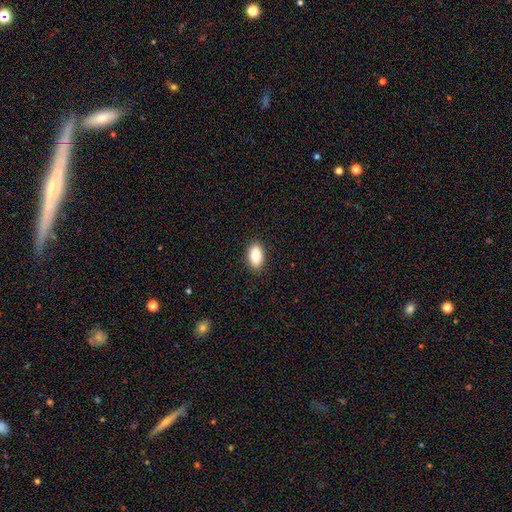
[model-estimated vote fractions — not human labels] The model was most divided on "smooth or featured": smooth: 86%, star or artifact: 7%, featured or disk: 7%. More confident: how rounded — in between (91%); merging — none (89%).